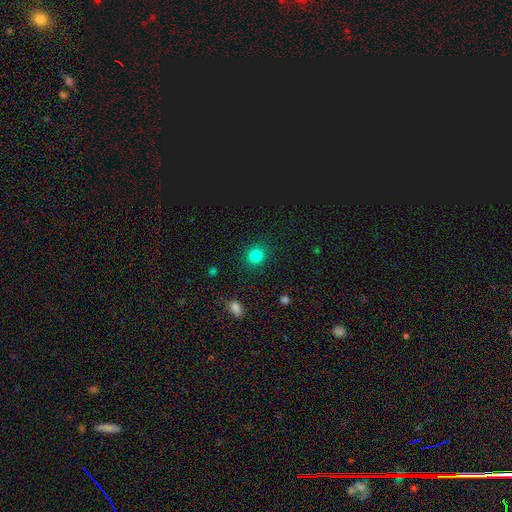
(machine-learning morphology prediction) The model was most divided on "smooth or featured": smooth: 83%, star or artifact: 13%, featured or disk: 4%. More confident: merging — none (89%); how rounded — round (85%).